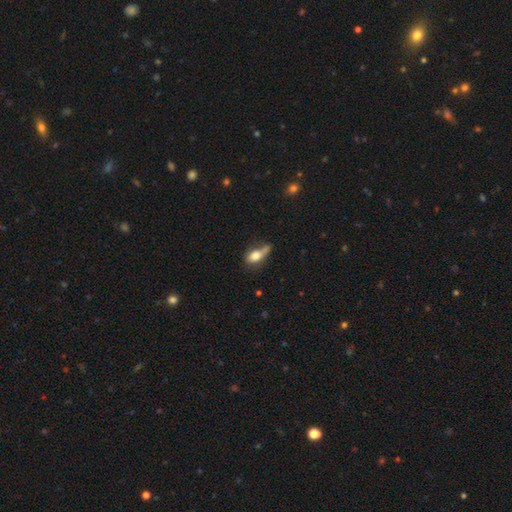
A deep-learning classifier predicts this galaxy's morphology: The model was most divided on "merging": none: 33%, minor disturbance: 30%, major disturbance: 22%, merger: 15%. More confident: how rounded — in between (77%); smooth or featured — smooth (71%).